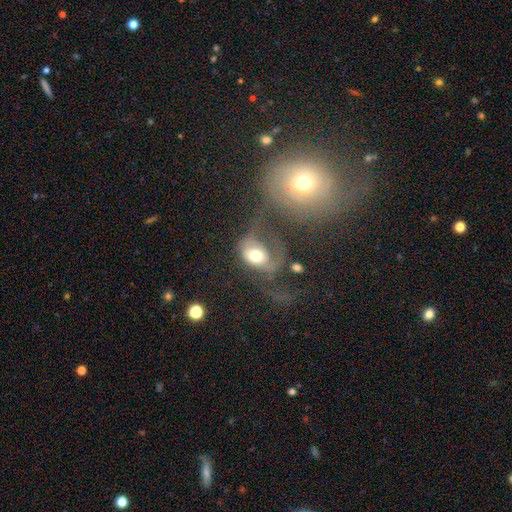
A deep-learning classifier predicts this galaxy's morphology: This is possibly a smooth galaxy (47%). Merging: possibly major disturbance (45%).